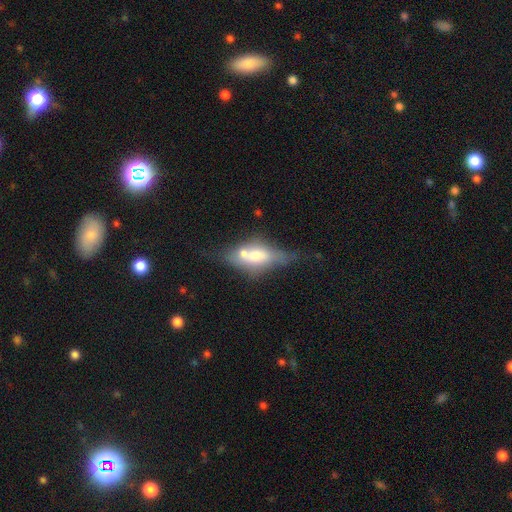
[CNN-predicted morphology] A smooth galaxy with no disk features (50%). Merging: merger (34%).